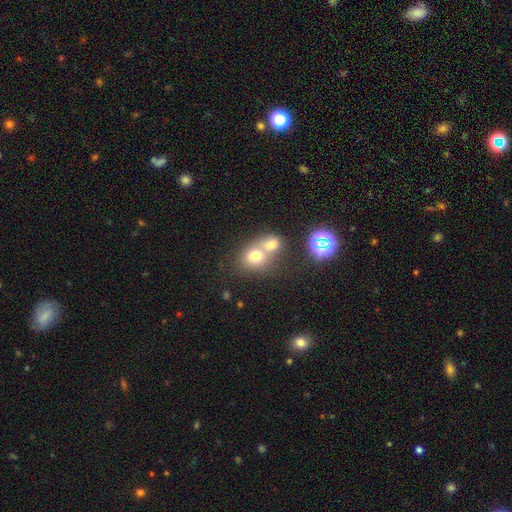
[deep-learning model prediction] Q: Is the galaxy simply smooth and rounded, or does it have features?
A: smooth — 71%.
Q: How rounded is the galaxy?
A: round — 64%.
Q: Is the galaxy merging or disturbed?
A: merger — 60%.